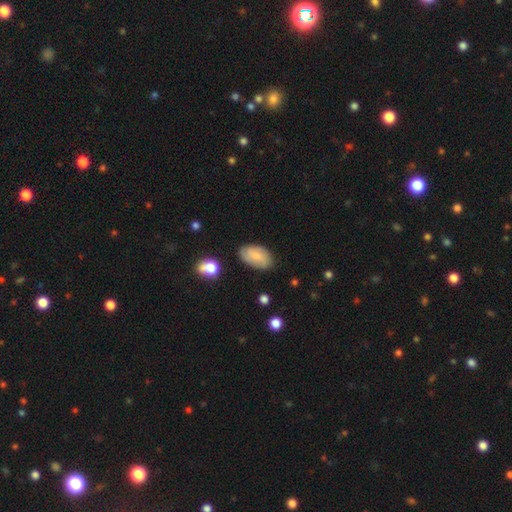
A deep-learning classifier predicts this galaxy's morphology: smooth-or-featured: smooth: 74% | featured or disk: 19% | star or artifact: 7%
  how-rounded: in between: 94% | round: 5% | cigar-shaped: 2%
  merging: none: 78% | minor disturbance: 16% | major disturbance: 3% | merger: 2%